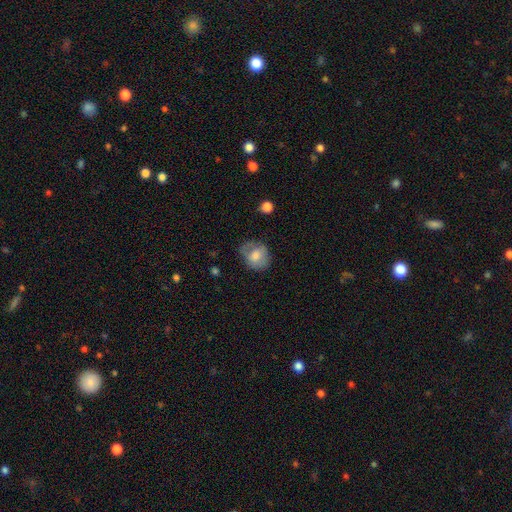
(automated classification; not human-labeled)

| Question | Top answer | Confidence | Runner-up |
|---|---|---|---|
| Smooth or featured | smooth | 69% | featured or disk (24%) |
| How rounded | round | 59% | in between (40%) |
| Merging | none | 59% | minor disturbance (27%) |